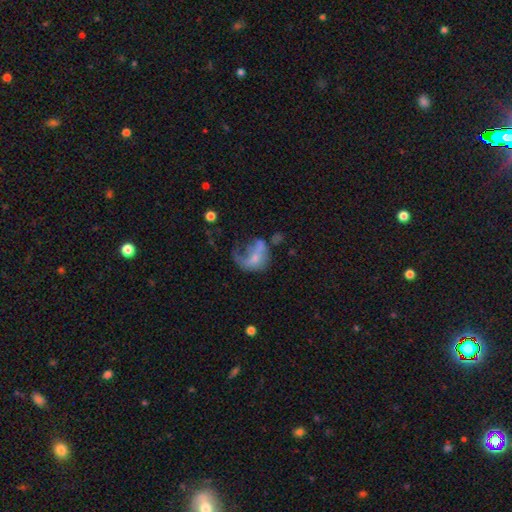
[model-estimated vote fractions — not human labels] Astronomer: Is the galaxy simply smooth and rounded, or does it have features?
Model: featured or disk — 48% (runner-up: smooth, 40%).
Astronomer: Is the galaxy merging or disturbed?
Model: major disturbance — 53%.